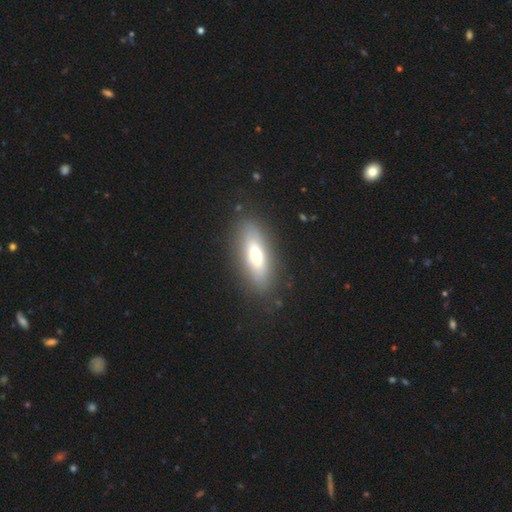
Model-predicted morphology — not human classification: Smooth or featured?
  - smooth: 54% *
  - featured or disk: 39%
  - star or artifact: 7%
How rounded?
  - in between: 64% *
  - cigar-shaped: 32%
  - round: 3%
Merging?
  - none: 84% *
  - minor disturbance: 11%
  - major disturbance: 4%
  - merger: 2%